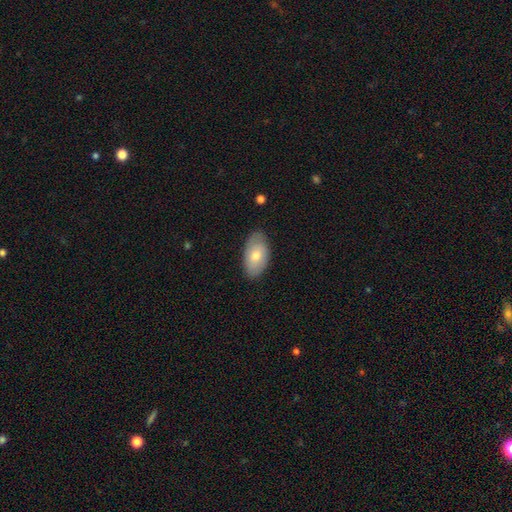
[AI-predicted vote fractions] smooth 68%, featured or disk 25%, star or artifact 7%. Down the decision tree: how rounded — in between (94%); merging — none (80%).